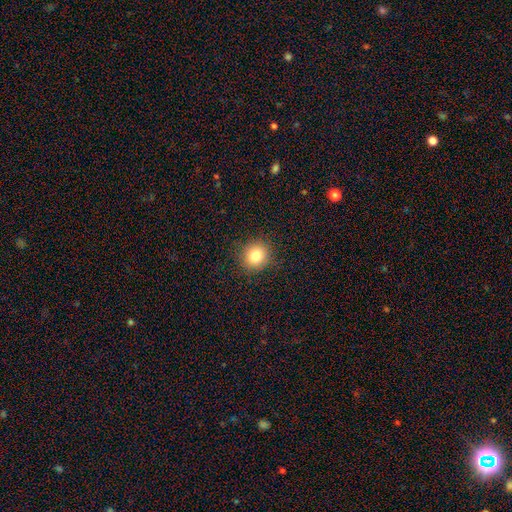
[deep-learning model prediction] This appears to be a smooth galaxy with no disk features (82%) that is round (84%). Merging: none (89%).